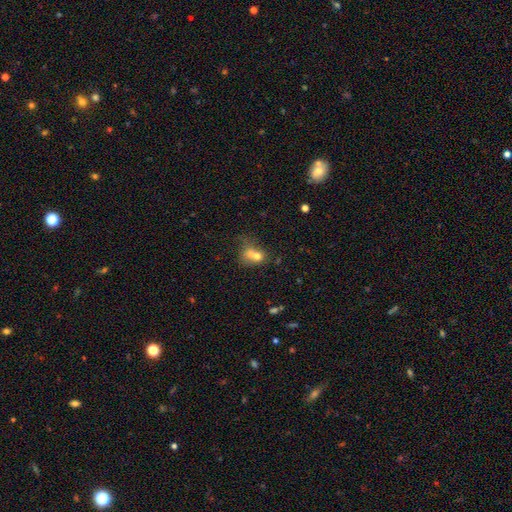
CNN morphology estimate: Smooth or featured? smooth (66%)
How rounded? round (56%)
Merging? merger (65%)